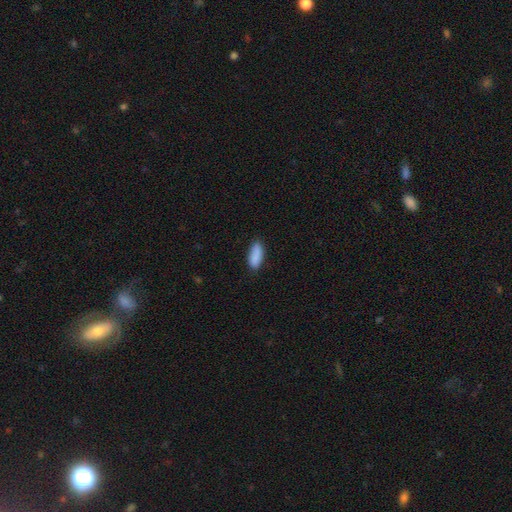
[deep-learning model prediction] A smooth galaxy with no disk features (89%) that is in between round and cigar-shaped (80%).

Vote fractions:
- Smooth or featured? smooth: 89% / star or artifact: 6% / featured or disk: 5%
- How rounded? in between: 80% / cigar-shaped: 18% / round: 2%
- Merging? none: 82% / minor disturbance: 14% / major disturbance: 3% / merger: 1%